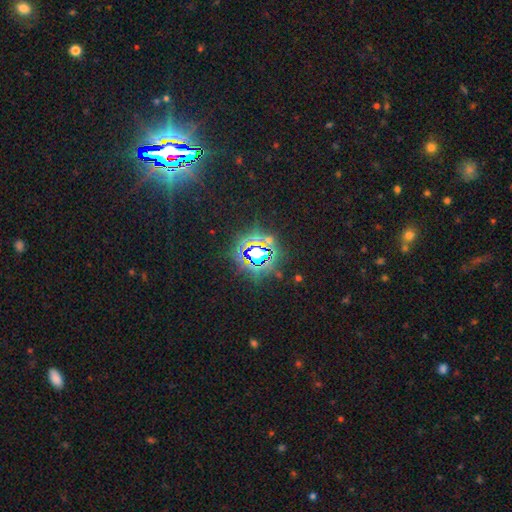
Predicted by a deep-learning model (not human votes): Morphology: type=star or artifact (76%).